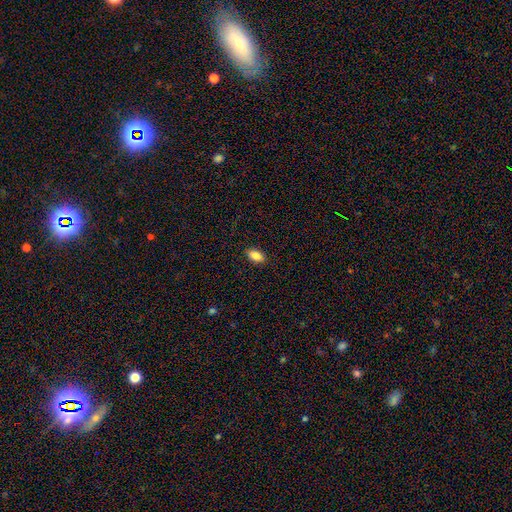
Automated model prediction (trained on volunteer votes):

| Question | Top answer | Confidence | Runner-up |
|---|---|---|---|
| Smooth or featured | smooth | 86% | star or artifact (8%) |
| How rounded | in between | 89% | round (7%) |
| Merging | none | 87% | minor disturbance (10%) |